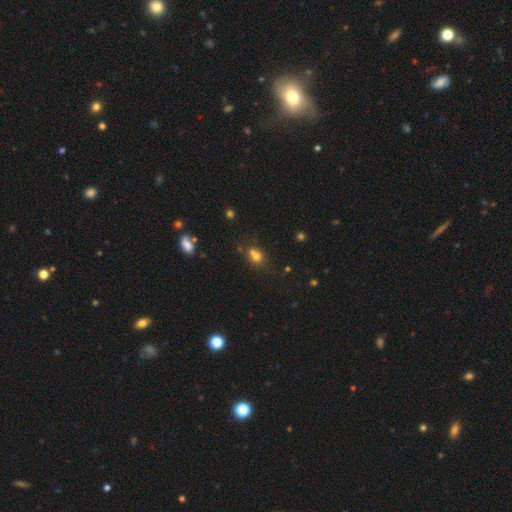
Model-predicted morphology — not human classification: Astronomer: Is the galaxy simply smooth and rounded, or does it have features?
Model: smooth — 67%.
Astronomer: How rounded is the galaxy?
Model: round — 60% (runner-up: in between, 39%).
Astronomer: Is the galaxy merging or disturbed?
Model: merger — 43% (runner-up: none, 41%).